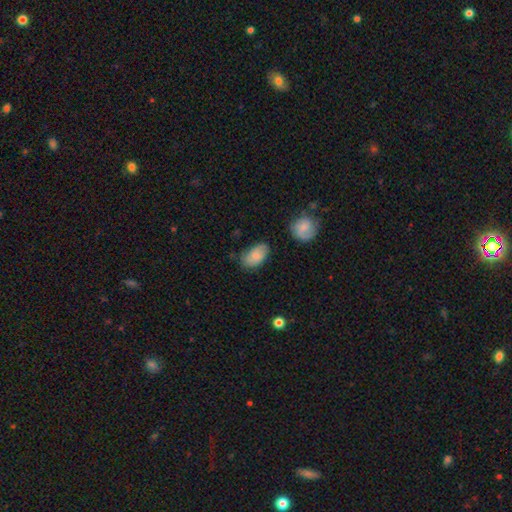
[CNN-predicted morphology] Smooth or featured? Predicted: smooth (p=0.74). How rounded? Predicted: in between (p=0.92). Merging? Predicted: none (p=0.67).